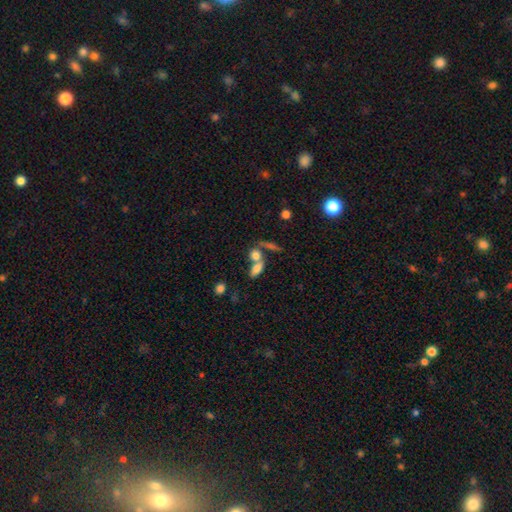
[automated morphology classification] type=smooth (71%); roundness=in between (56%); merging=merger (50%).